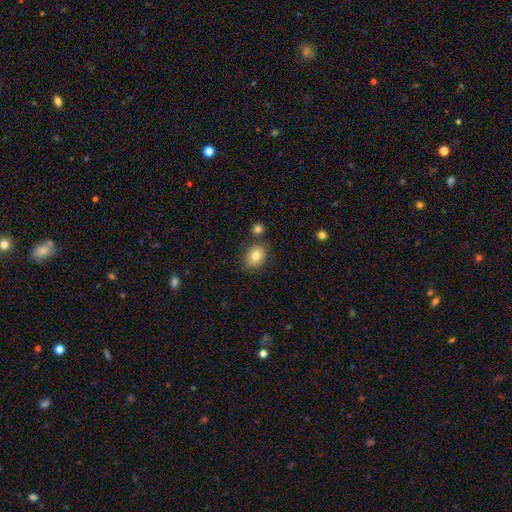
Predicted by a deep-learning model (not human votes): The model was most divided on "how rounded": in between: 61%, round: 38%, cigar-shaped: 1%. More confident: smooth or featured — smooth (80%); merging — none (73%).